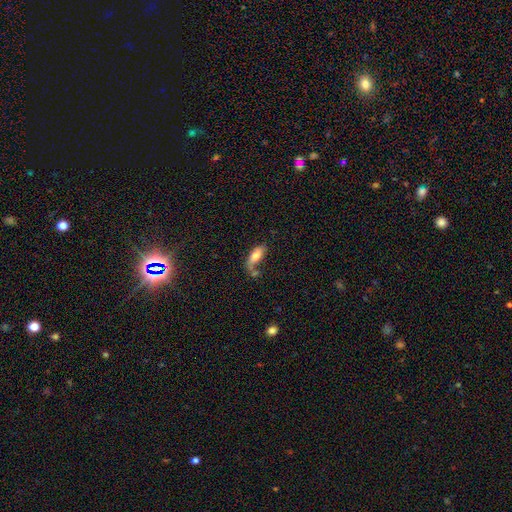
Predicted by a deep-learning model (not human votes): Smooth or featured?
  - smooth: 71% *
  - featured or disk: 21%
  - star or artifact: 7%
How rounded?
  - in between: 80% *
  - cigar-shaped: 17%
  - round: 3%
Merging?
  - none: 40% *
  - merger: 25%
  - minor disturbance: 20%
  - major disturbance: 15%